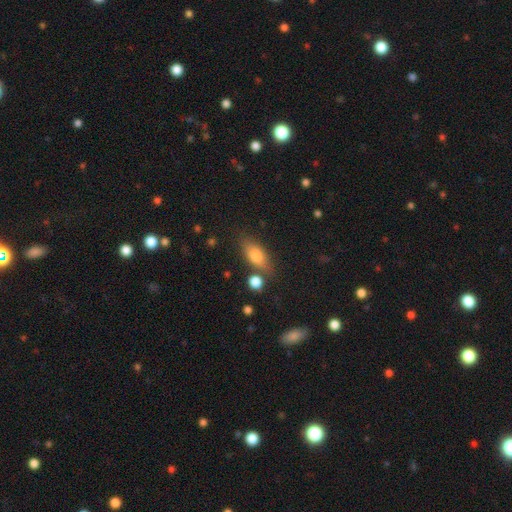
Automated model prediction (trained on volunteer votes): smooth-or-featured: smooth: 74% | featured or disk: 17% | star or artifact: 9%
  how-rounded: in between: 78% | cigar-shaped: 16% | round: 6%
  merging: none: 73% | minor disturbance: 16% | merger: 6% | major disturbance: 5%